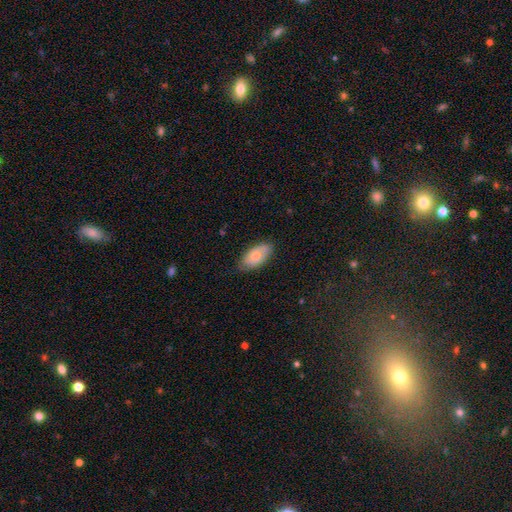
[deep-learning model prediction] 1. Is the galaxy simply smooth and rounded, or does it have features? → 72% smooth, 22% featured or disk, 6% star or artifact.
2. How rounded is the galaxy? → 93% in between, 4% cigar-shaped, 3% round.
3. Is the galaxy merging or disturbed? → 73% none, 22% minor disturbance, 4% major disturbance, 1% merger.